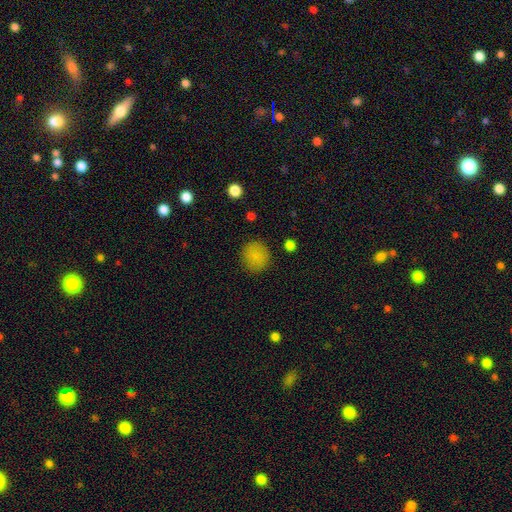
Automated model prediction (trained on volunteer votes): This appears to be a smooth galaxy with no disk features (84%) that is round (87%). Merging: none (86%).